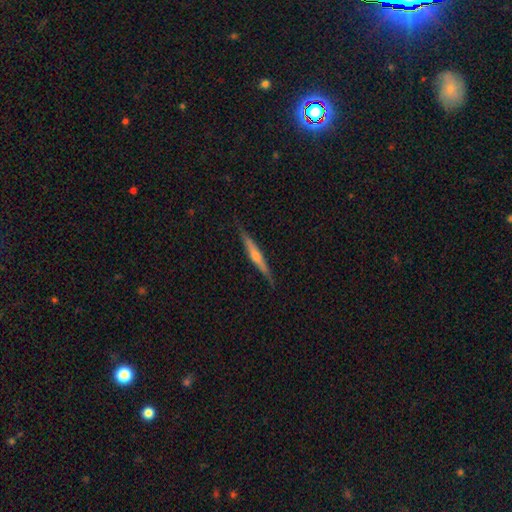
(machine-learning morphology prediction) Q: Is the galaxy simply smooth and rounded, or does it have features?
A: featured or disk — 71%.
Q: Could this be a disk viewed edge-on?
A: yes — 97%.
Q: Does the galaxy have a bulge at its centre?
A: rounded — 76%.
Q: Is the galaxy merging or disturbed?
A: none — 88%.